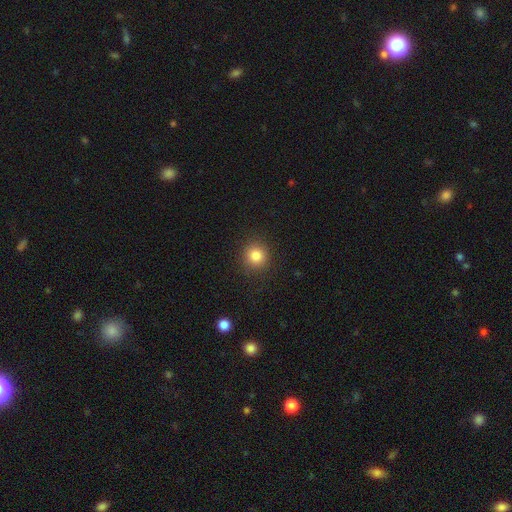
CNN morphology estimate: type=smooth (83%); roundness=round (91%); merging=none (90%).